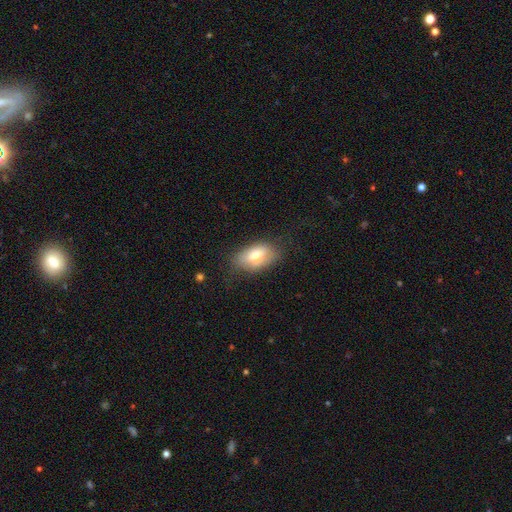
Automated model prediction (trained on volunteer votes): This appears to be a smooth galaxy with no disk features (72%) that is in between round and cigar-shaped (91%). Merging: none (70%).